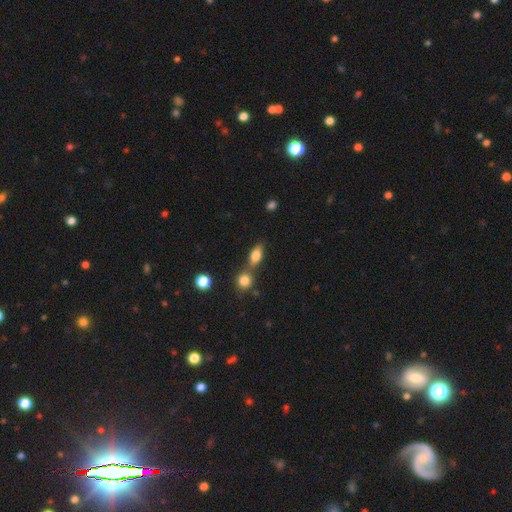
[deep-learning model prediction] Smooth or featured?
  - smooth: 75% *
  - featured or disk: 15%
  - star or artifact: 10%
How rounded?
  - in between: 71% *
  - cigar-shaped: 16%
  - round: 13%
Merging?
  - none: 51% *
  - merger: 33%
  - minor disturbance: 11%
  - major disturbance: 4%